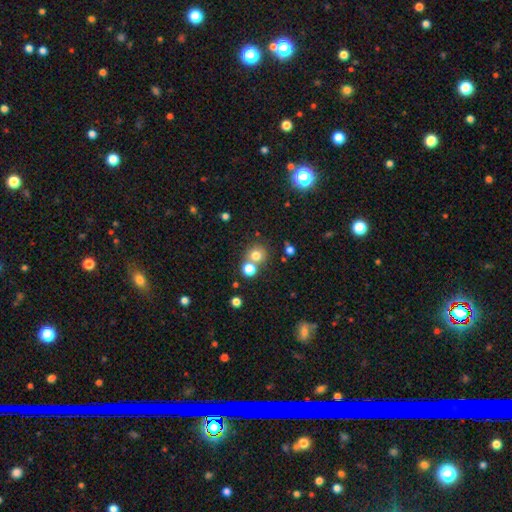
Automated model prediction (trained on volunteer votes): A smooth galaxy with no disk features (75%) that is round (89%). Merging: none (61%).